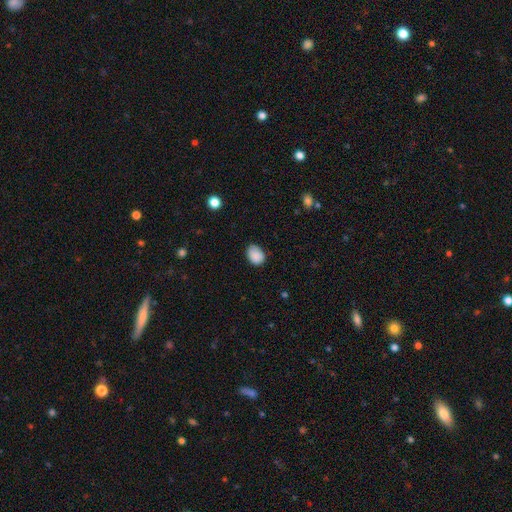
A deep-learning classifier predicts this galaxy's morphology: Q: Smooth or featured?
A: smooth (88%); runner-up: star or artifact (8%)
Q: How rounded?
A: in between (69%); runner-up: round (30%)
Q: Merging?
A: none (74%); runner-up: minor disturbance (21%)